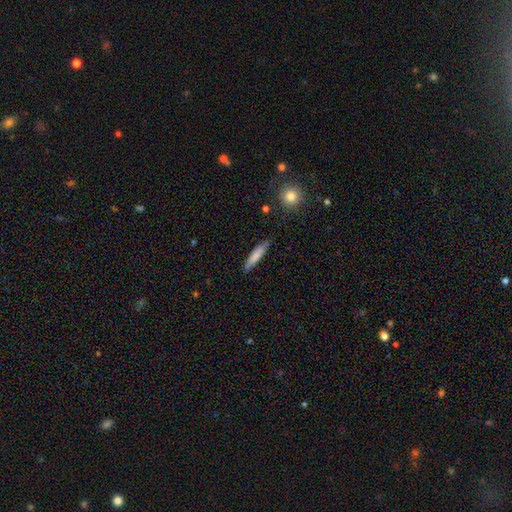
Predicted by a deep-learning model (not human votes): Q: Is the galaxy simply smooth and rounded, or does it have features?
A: smooth — 77%.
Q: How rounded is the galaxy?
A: cigar-shaped — 88%.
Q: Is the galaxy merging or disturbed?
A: none — 83%.